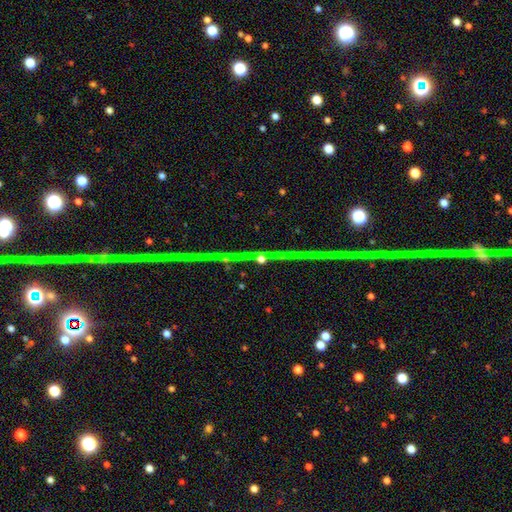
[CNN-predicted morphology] star or artifact 81%, featured or disk 12%, smooth 6%.